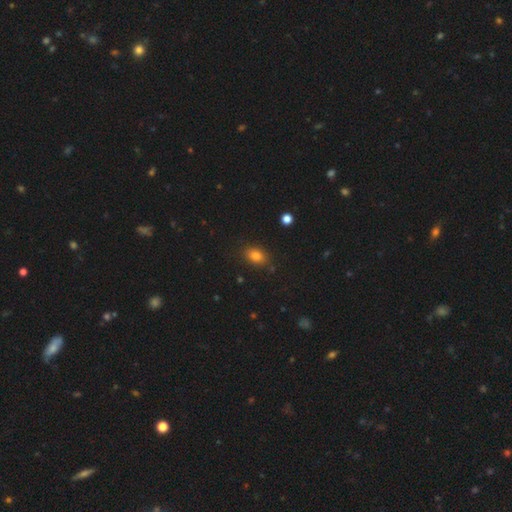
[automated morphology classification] Smooth or featured?
  - smooth: 81% *
  - star or artifact: 12%
  - featured or disk: 7%
How rounded?
  - in between: 77% *
  - round: 21%
  - cigar-shaped: 2%
Merging?
  - none: 83% *
  - minor disturbance: 12%
  - major disturbance: 3%
  - merger: 2%